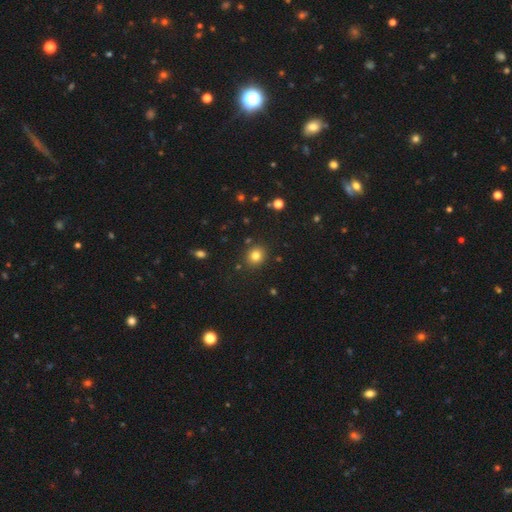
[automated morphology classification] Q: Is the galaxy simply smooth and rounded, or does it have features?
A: smooth — 80%.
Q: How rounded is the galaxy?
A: round — 82%.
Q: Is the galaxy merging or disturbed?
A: none — 88%.